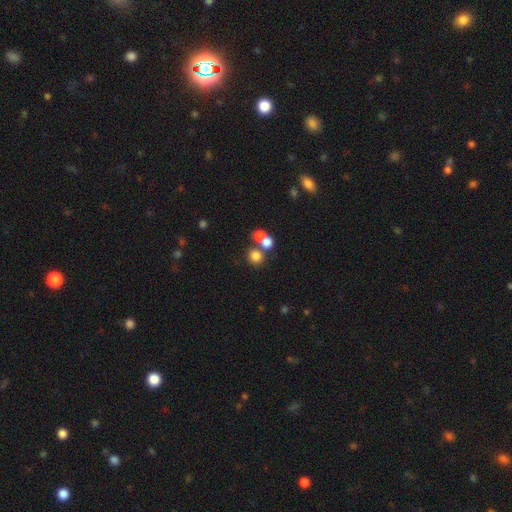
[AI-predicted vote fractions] This appears to be a smooth galaxy with no disk features (74%) that is round (84%). Merging: none (51%).